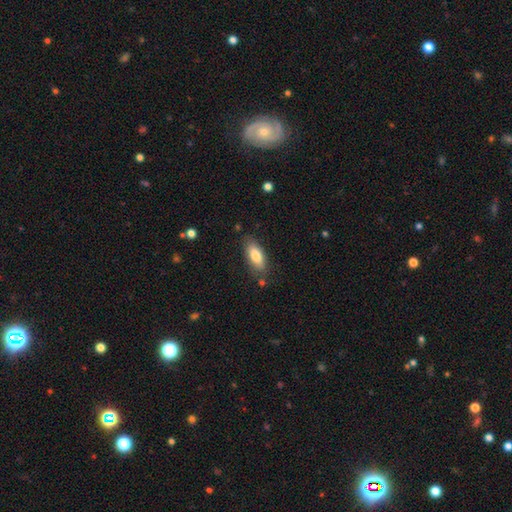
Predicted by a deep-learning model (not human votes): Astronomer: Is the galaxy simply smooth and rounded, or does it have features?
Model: smooth — 80%.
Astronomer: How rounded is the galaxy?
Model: in between — 80%.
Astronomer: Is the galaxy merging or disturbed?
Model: none — 80%.